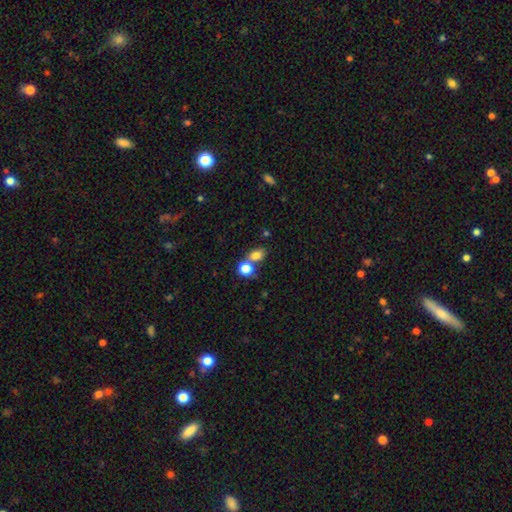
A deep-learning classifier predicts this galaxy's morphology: Smooth or featured?
  - smooth: 78% *
  - star or artifact: 13%
  - featured or disk: 9%
How rounded?
  - in between: 66% *
  - round: 32%
  - cigar-shaped: 2%
Merging?
  - none: 52% *
  - merger: 34%
  - minor disturbance: 10%
  - major disturbance: 4%